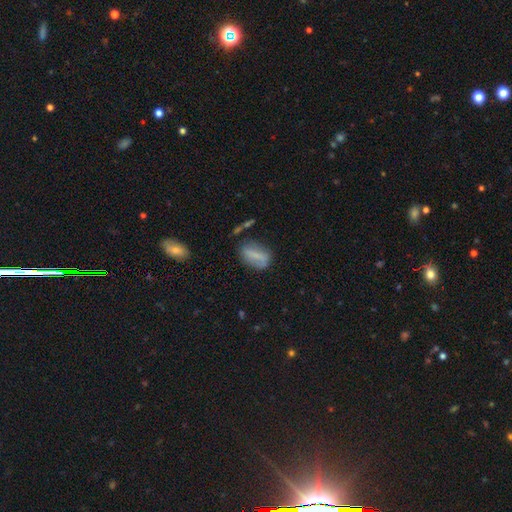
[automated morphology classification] Overall: smooth (63%; featured or disk 28%). How rounded: in between (80%). Merging: none (65%).